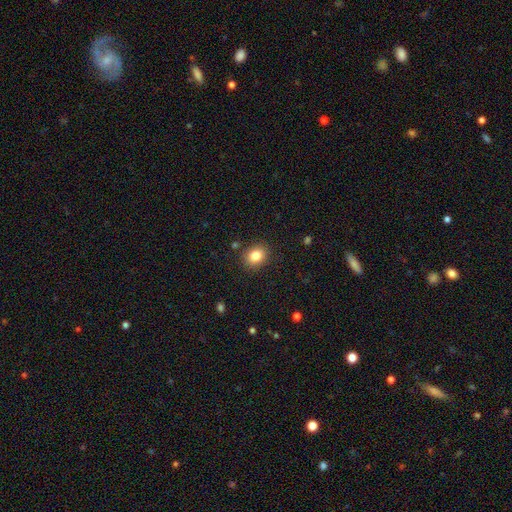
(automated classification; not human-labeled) This is clearly a smooth galaxy (84%). How rounded: possibly round (52%). Merging: clearly none (87%).